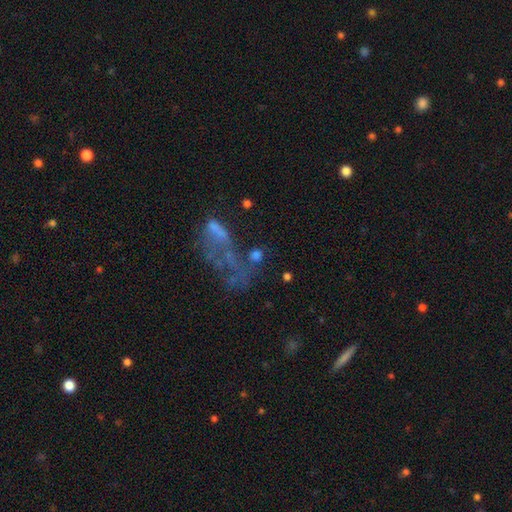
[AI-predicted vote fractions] Smooth or featured: smooth — 48% (featured or disk — 29%)
Merging: none — 32% (tied with major disturbance — 32%)